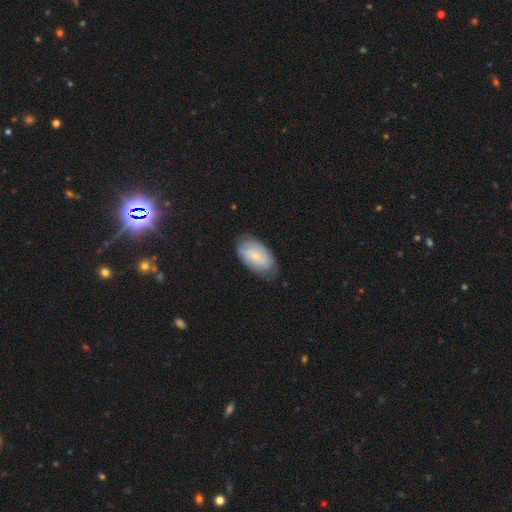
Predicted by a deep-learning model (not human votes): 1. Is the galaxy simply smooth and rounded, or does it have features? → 63% smooth, 30% featured or disk, 7% star or artifact.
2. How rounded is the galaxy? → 94% in between, 5% round, 2% cigar-shaped.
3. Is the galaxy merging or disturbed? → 72% none, 22% minor disturbance, 5% major disturbance, 1% merger.